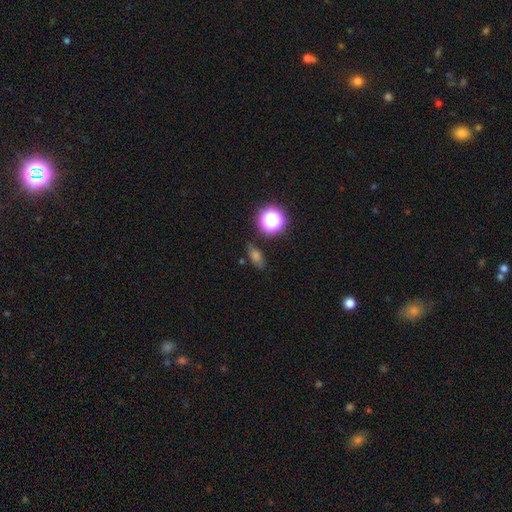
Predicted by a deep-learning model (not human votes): A smooth galaxy with no disk features (55%) that is in between round and cigar-shaped (60%).

Vote fractions:
- Smooth or featured? smooth: 55% / star or artifact: 32% / featured or disk: 13%
- How rounded? in between: 60% / round: 28% / cigar-shaped: 11%
- Merging? none: 82% / minor disturbance: 12% / major disturbance: 4% / merger: 3%